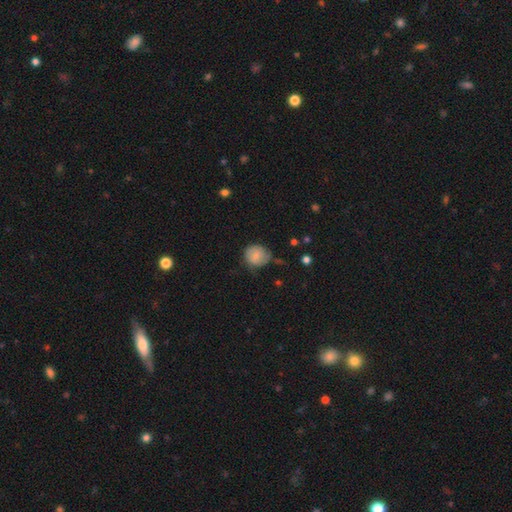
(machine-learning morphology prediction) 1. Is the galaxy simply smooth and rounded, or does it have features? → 70% smooth, 23% featured or disk, 7% star or artifact.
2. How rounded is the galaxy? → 84% round, 15% in between, 1% cigar-shaped.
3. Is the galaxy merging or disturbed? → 57% none, 32% minor disturbance, 8% major disturbance, 3% merger.